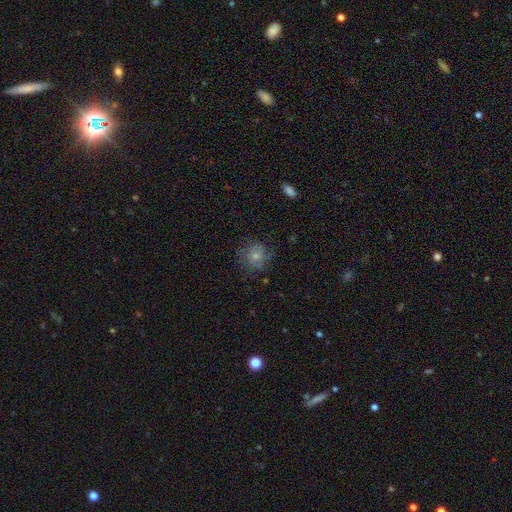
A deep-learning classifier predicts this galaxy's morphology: This appears to be a smooth galaxy with no disk features (43%). Merging: none (75%).